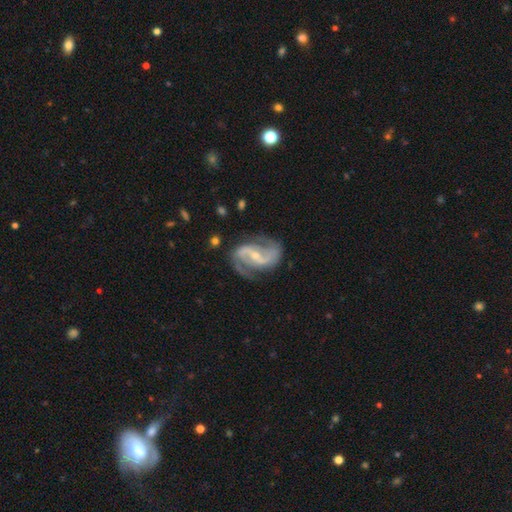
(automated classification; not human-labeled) featured or disk 91%, star or artifact 5%, smooth 4%. Down the decision tree: edge-on disk — no (98%); bar — strong (42%); spiral arms — yes (97%); spiral arm count — 2 (92%); spiral winding — medium (53%); bulge size — small (65%); merging — none (75%).